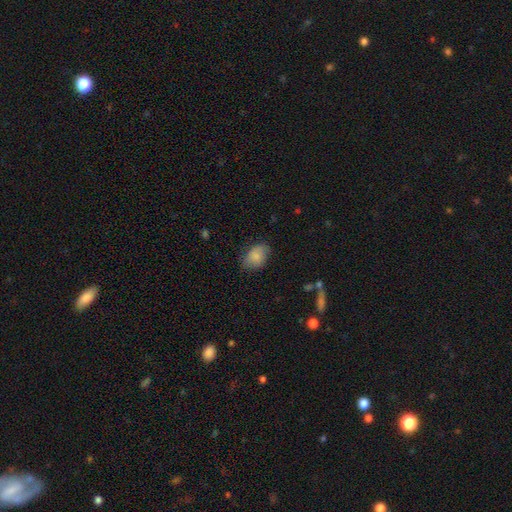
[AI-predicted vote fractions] A smooth galaxy with no disk features (82%) that is in between round and cigar-shaped (83%). Merging: none (71%).